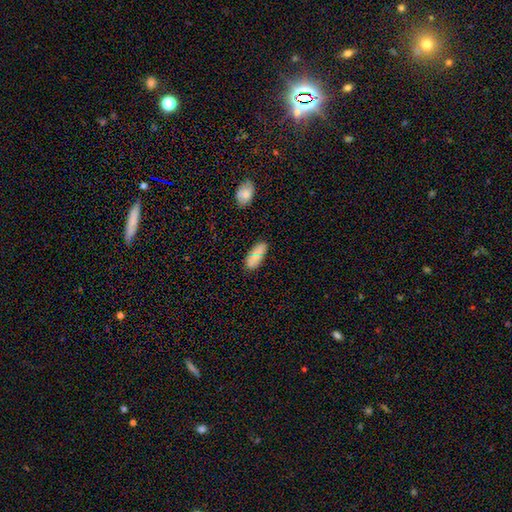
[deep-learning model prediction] This appears to be a smooth galaxy with no disk features (80%) that is in between round and cigar-shaped (81%). Merging: none (76%).